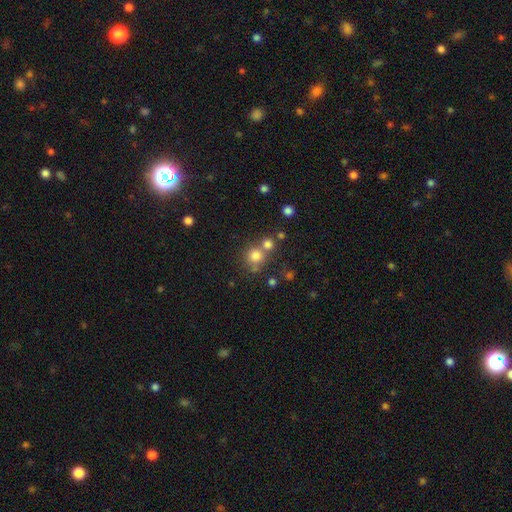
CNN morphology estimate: Smooth or featured?
  - smooth: 77% *
  - star or artifact: 15%
  - featured or disk: 9%
How rounded?
  - round: 90% *
  - in between: 10%
  - cigar-shaped: 1%
Merging?
  - none: 58% *
  - merger: 30%
  - minor disturbance: 8%
  - major disturbance: 4%